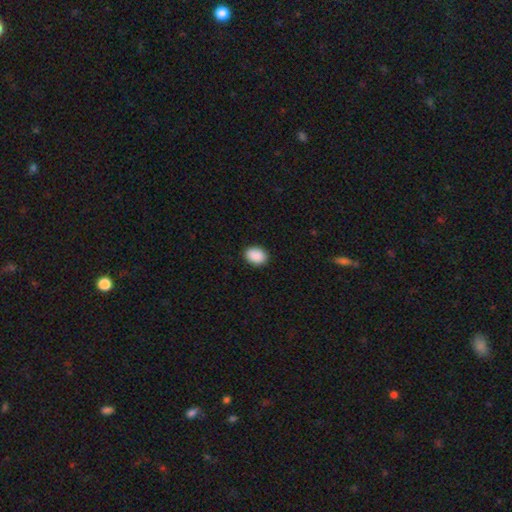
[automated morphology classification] Smooth or featured?
  - smooth: 91% *
  - star or artifact: 7%
  - featured or disk: 2%
How rounded?
  - in between: 74% *
  - round: 25%
  - cigar-shaped: 1%
Merging?
  - none: 90% *
  - minor disturbance: 7%
  - major disturbance: 2%
  - merger: 1%